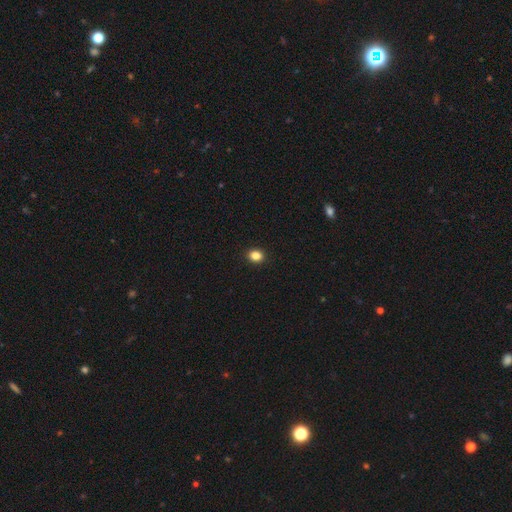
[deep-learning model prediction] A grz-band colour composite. It shows a smooth galaxy with no disk features (86%) that is round (58%). Merging: none (92%).